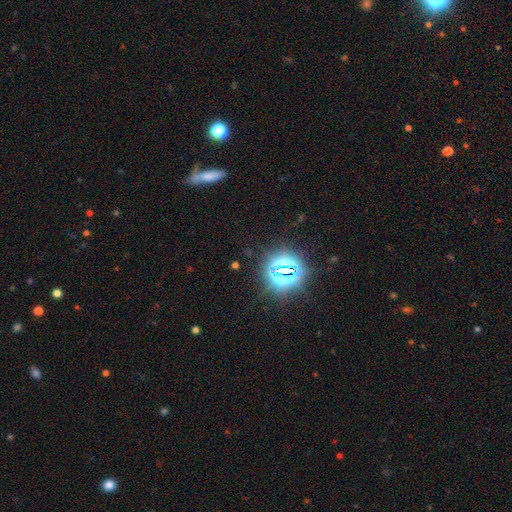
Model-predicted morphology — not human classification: Smooth or featured? Predicted: star or artifact (p=0.71).